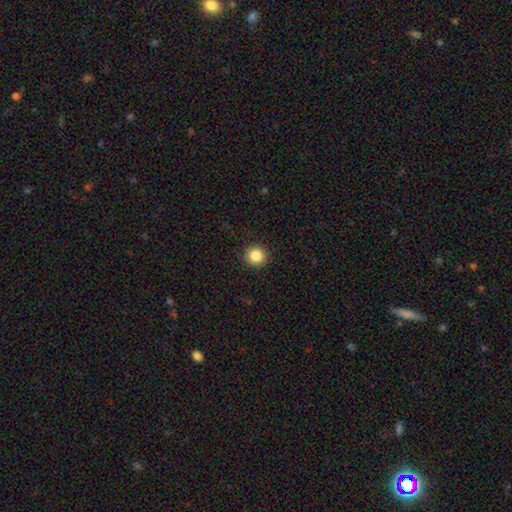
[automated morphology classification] type=smooth (86%); roundness=round (93%); merging=none (92%).